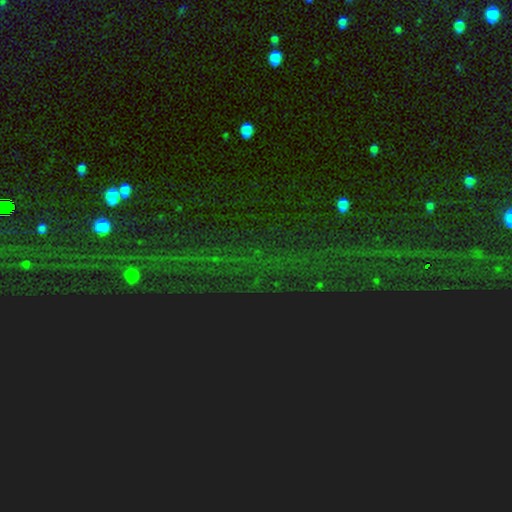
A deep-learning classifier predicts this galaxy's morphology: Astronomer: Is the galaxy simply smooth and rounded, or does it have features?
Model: star or artifact — 78%.